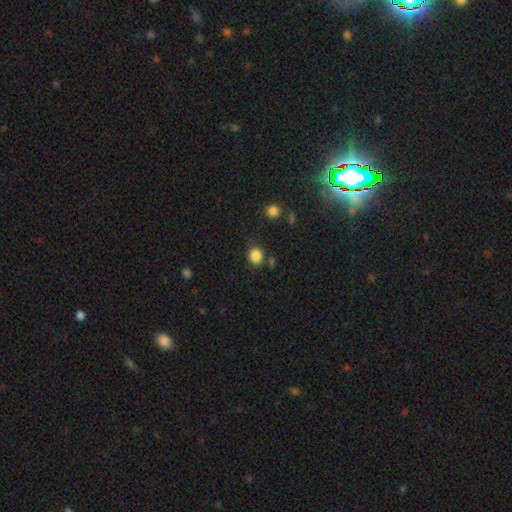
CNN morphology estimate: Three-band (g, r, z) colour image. It shows a smooth galaxy with no disk features (85%) that is round (77%). Merging: none (79%).